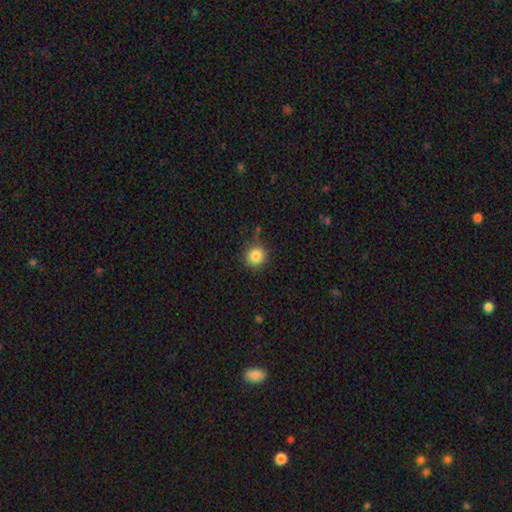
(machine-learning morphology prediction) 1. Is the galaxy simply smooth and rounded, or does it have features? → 85% smooth, 10% star or artifact, 5% featured or disk.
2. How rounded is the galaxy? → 93% round, 6% in between, 1% cigar-shaped.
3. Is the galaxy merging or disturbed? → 81% none, 13% minor disturbance, 3% major disturbance, 3% merger.